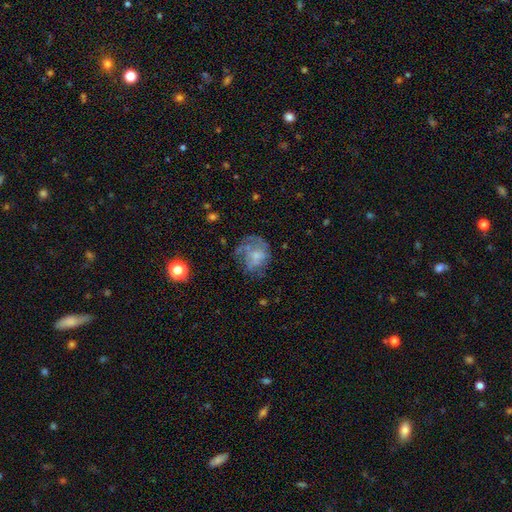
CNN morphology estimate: This is possibly a featured or disk galaxy (53%). It is clearly not viewed edge-on (98%). Bar: likely no (76%). Spiral arm pattern: possibly yes (52%). Central bulge: marginally small (40%). Merging: marginally none (42%).